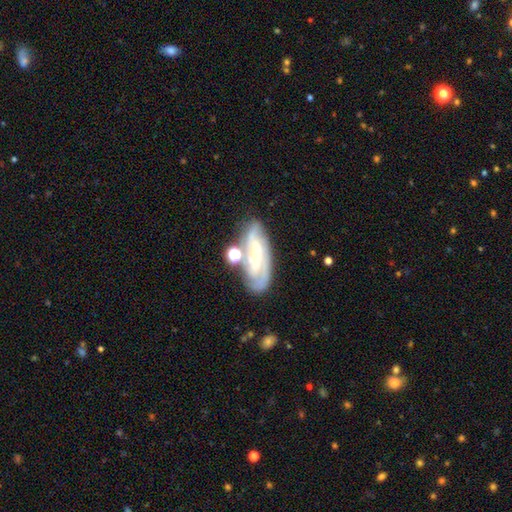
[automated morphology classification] This appears to be a featured or disk galaxy (73%) with a strong bar (47%), 2 (56%) tight (47%) spiral arms (89%) and a small central bulge (51%). Merging: none (60%).